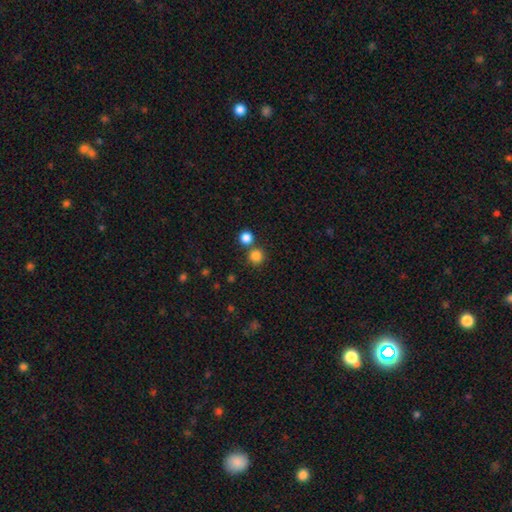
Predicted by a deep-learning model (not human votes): smooth 83%, star or artifact 13%, featured or disk 4%. Down the decision tree: how rounded — round (93%); merging — none (72%).